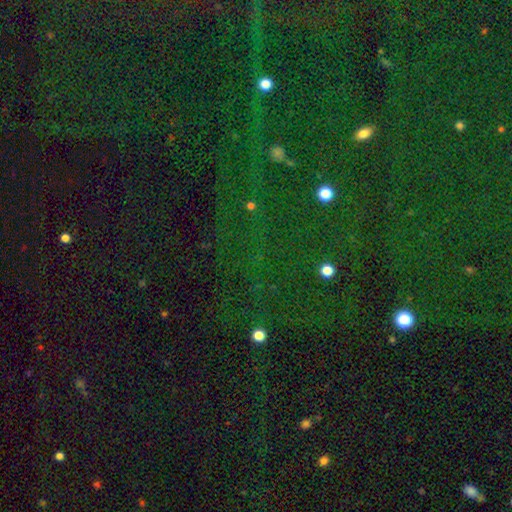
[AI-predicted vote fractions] Smooth or featured: star or artifact — 83% (smooth — 10%)